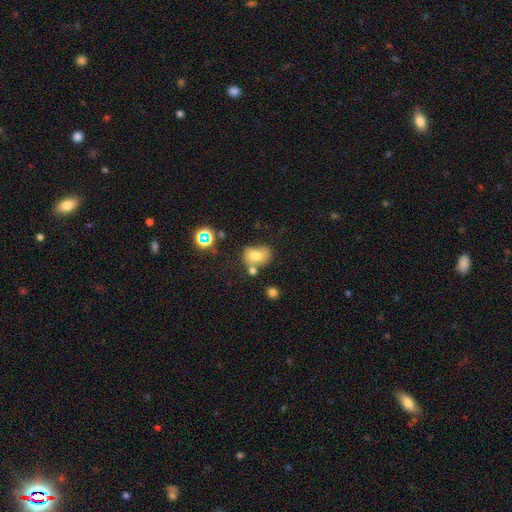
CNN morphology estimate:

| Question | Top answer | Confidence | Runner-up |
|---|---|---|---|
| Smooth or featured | smooth | 67% | featured or disk (18%) |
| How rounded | in between | 65% | round (34%) |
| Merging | none | 41% | merger (29%) |